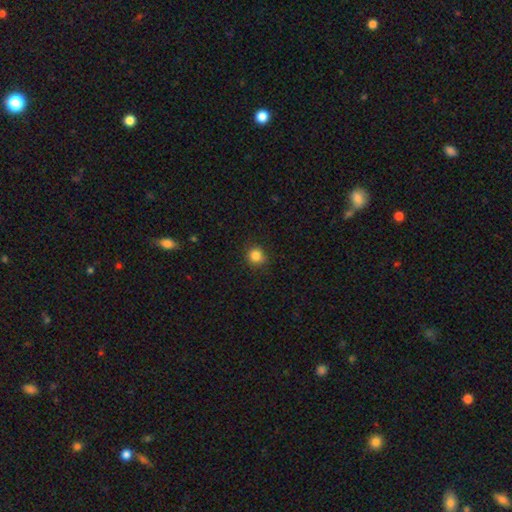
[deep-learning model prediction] Smooth or featured?
  - smooth: 84% *
  - star or artifact: 12%
  - featured or disk: 4%
How rounded?
  - round: 91% *
  - in between: 8%
  - cigar-shaped: 1%
Merging?
  - none: 85% *
  - minor disturbance: 11%
  - major disturbance: 3%
  - merger: 1%